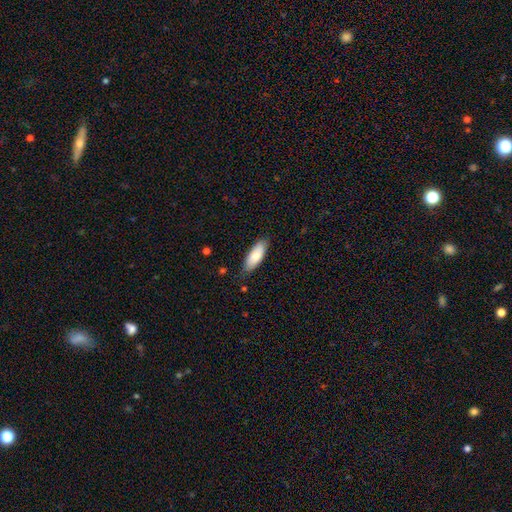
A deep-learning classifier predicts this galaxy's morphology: Smooth or featured? smooth (78%)
How rounded? in between (73%)
Merging? none (83%)